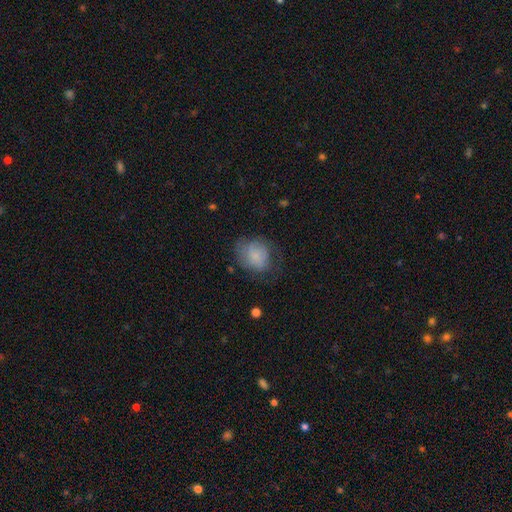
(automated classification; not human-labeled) A smooth galaxy with no disk features (72%) that is round (62%). Merging: none (52%).